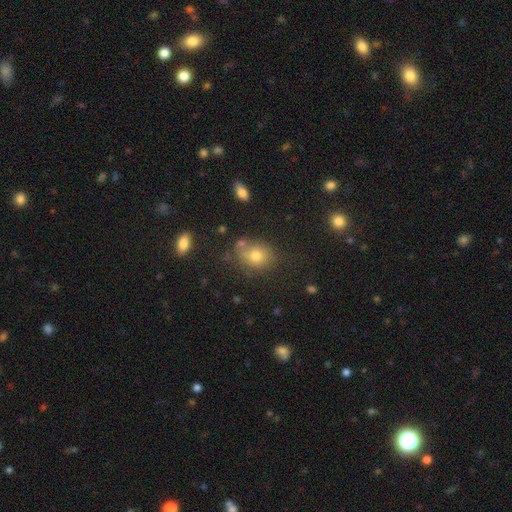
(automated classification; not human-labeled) Q: Smooth or featured?
A: smooth (74%); runner-up: star or artifact (14%)
Q: How rounded?
A: round (52%); runner-up: in between (46%)
Q: Merging?
A: none (65%); runner-up: minor disturbance (18%)